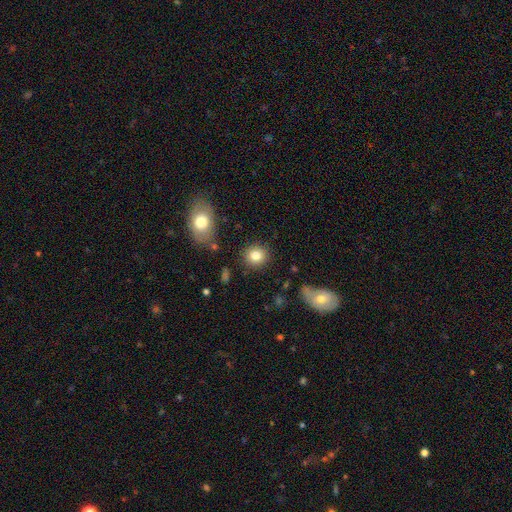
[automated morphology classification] Smooth or featured? smooth (82%)
How rounded? round (85%)
Merging? none (88%)